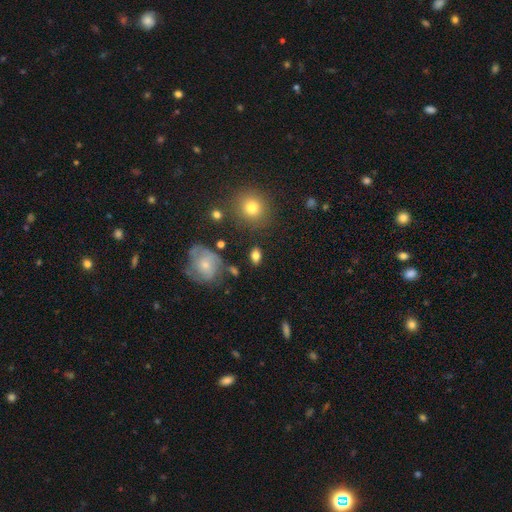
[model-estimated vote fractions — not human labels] Smooth or featured?
  - smooth: 79% *
  - star or artifact: 10%
  - featured or disk: 10%
How rounded?
  - in between: 79% *
  - round: 18%
  - cigar-shaped: 3%
Merging?
  - none: 78% *
  - minor disturbance: 12%
  - merger: 5%
  - major disturbance: 4%